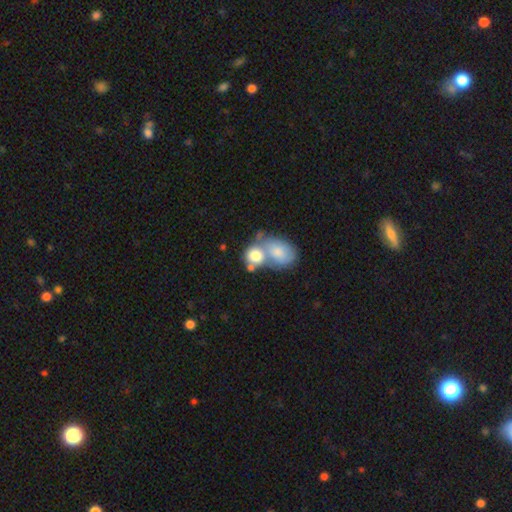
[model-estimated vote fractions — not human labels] Smooth or featured?
  - smooth: 76% *
  - featured or disk: 17%
  - star or artifact: 7%
How rounded?
  - round: 59% *
  - in between: 40%
  - cigar-shaped: 2%
Merging?
  - merger: 63% *
  - none: 23%
  - minor disturbance: 9%
  - major disturbance: 6%